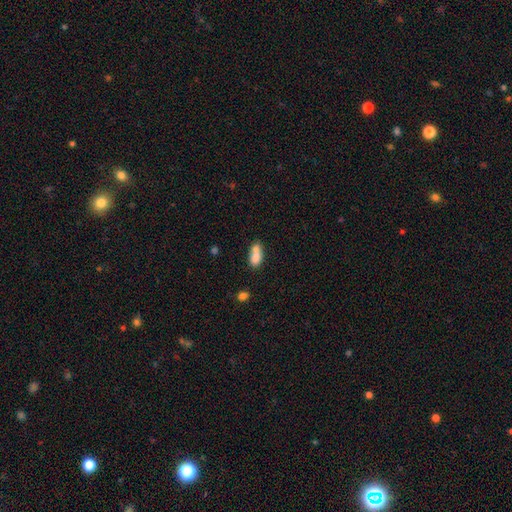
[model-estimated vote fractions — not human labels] Smooth or featured?
  - smooth: 76% *
  - featured or disk: 15%
  - star or artifact: 10%
How rounded?
  - in between: 78% *
  - round: 13%
  - cigar-shaped: 9%
Merging?
  - merger: 55% *
  - none: 28%
  - minor disturbance: 12%
  - major disturbance: 5%